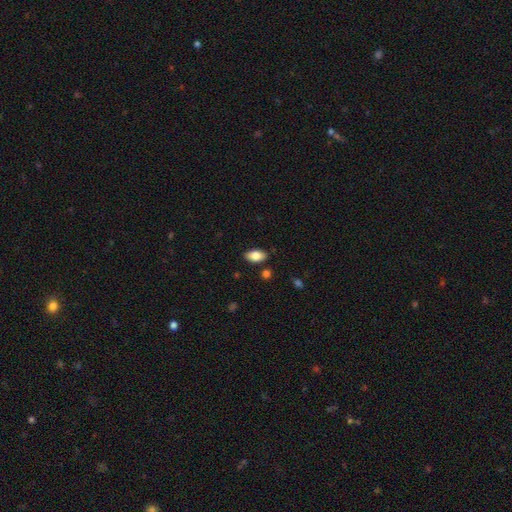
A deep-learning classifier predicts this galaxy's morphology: Overall: smooth (82%). How rounded: in between (92%). Merging: none (86%).